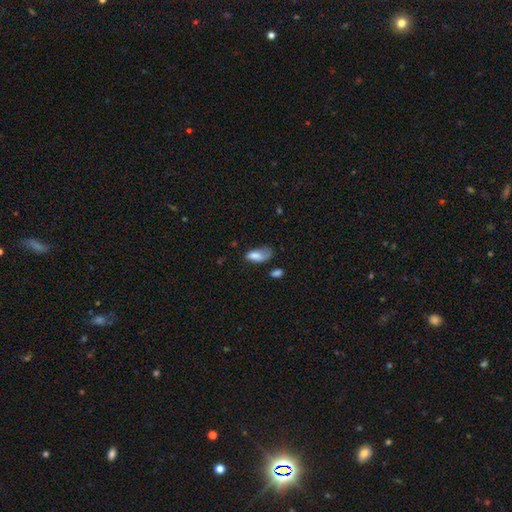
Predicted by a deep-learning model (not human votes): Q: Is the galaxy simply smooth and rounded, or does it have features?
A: smooth — 78%.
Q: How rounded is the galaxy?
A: in between — 87%.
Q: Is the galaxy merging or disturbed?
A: minor disturbance — 34%.